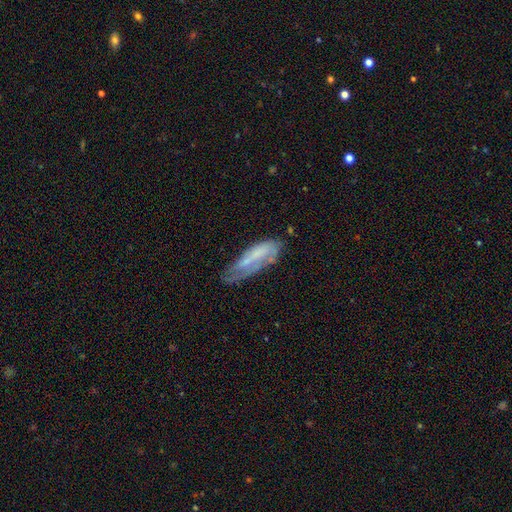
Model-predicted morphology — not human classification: This is possibly a featured or disk galaxy (51%). It is likely not viewed edge-on (76%). Merging: marginally none (44%).